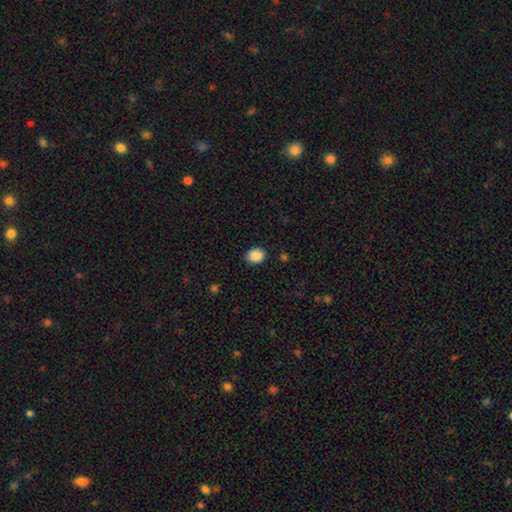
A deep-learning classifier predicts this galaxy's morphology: This is clearly a smooth galaxy (89%). How rounded: possibly round (53%). Merging: clearly none (86%).